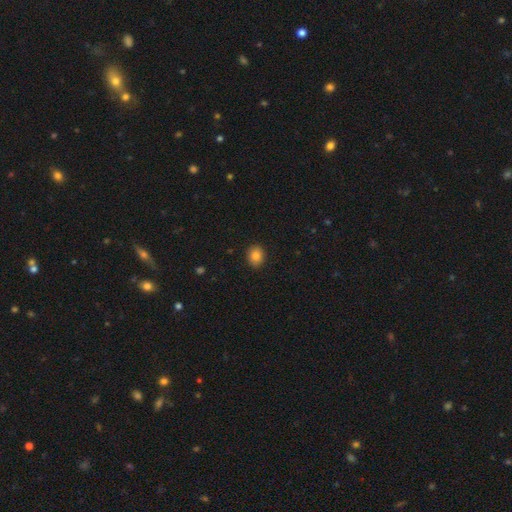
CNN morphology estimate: Q: Smooth or featured?
A: smooth (84%); runner-up: star or artifact (10%)
Q: How rounded?
A: round (61%); runner-up: in between (38%)
Q: Merging?
A: none (90%); runner-up: minor disturbance (7%)